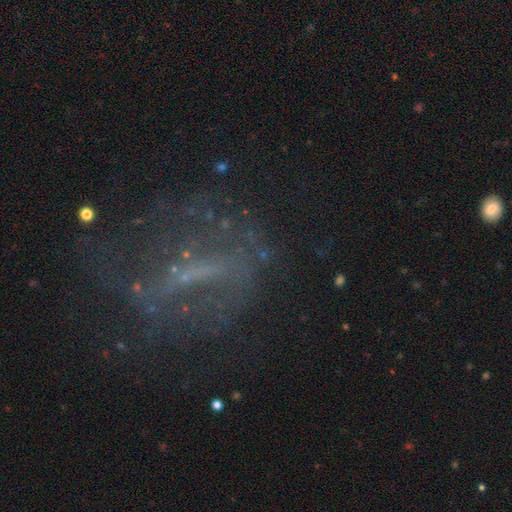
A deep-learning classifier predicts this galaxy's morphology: Smooth or featured: featured or disk — 57% (star or artifact — 25%)
Edge-on disk: no — 89% (yes — 11%)
Bar: strong — 37% (no — 33%)
Spiral arms: no — 66% (yes — 34%)
Bulge size: none — 55% (small — 30%)
Merging: none — 55% (major disturbance — 25%)